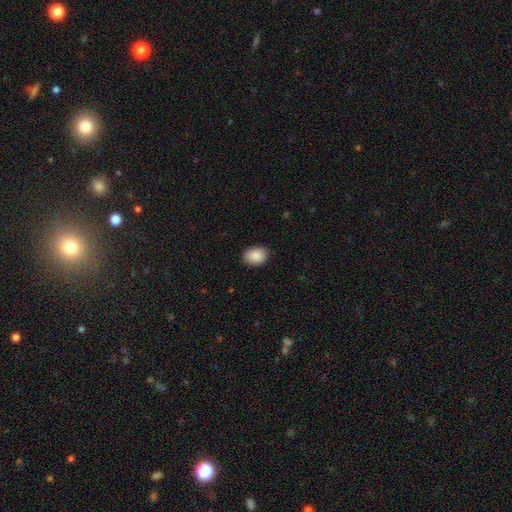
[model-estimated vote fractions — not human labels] This is clearly a smooth galaxy (89%). How rounded: likely in between (69%). Merging: clearly none (85%).